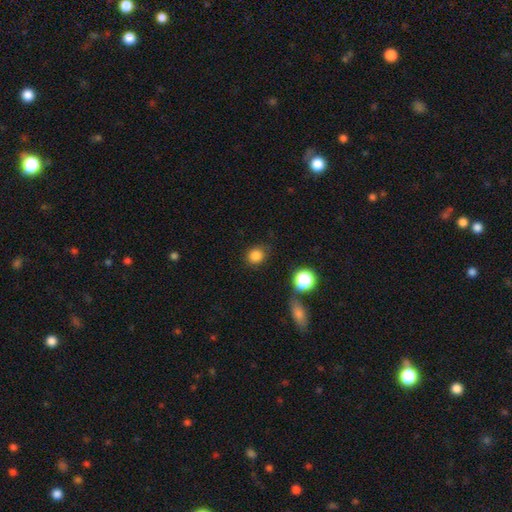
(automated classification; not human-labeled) Smooth or featured?
  - smooth: 83% *
  - star or artifact: 13%
  - featured or disk: 4%
How rounded?
  - round: 79% *
  - in between: 20%
  - cigar-shaped: 1%
Merging?
  - none: 83% *
  - minor disturbance: 11%
  - major disturbance: 3%
  - merger: 2%